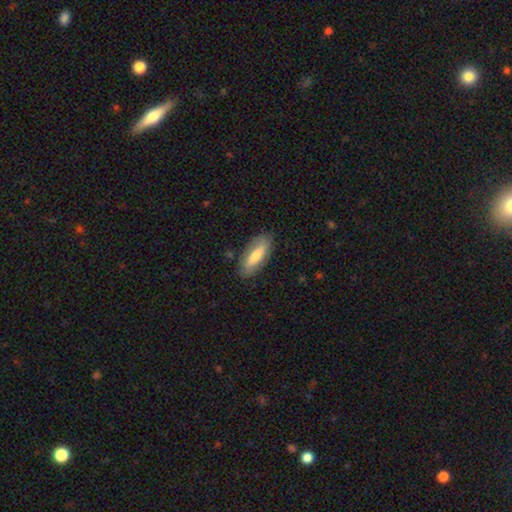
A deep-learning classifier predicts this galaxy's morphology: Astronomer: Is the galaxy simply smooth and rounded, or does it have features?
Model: smooth — 73%.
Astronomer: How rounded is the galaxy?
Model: in between — 63%.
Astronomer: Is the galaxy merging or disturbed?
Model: none — 84%.